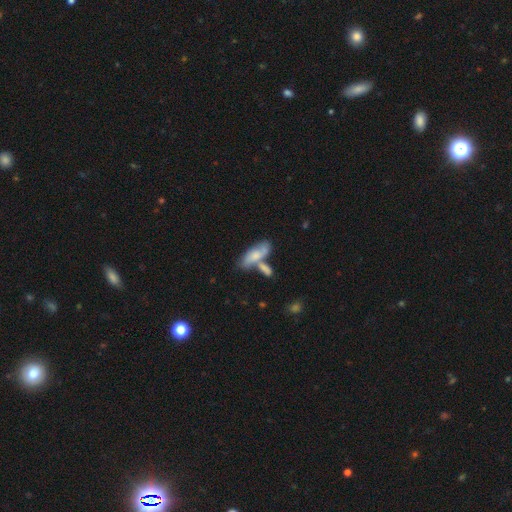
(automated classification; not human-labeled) smooth-or-featured: smooth: 62% | featured or disk: 31% | star or artifact: 7%
  how-rounded: in between: 71% | cigar-shaped: 27% | round: 3%
  merging: merger: 43% | none: 36% | minor disturbance: 15% | major disturbance: 6%